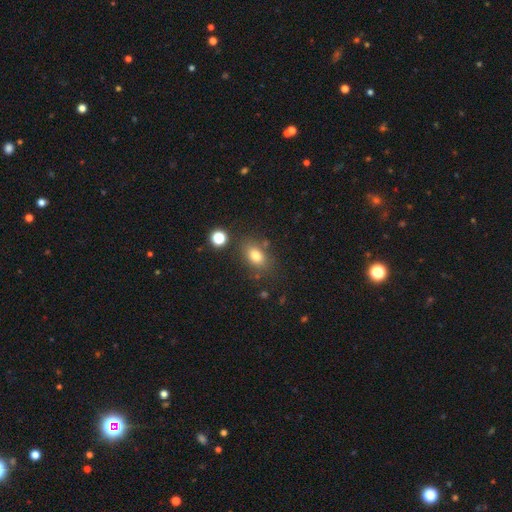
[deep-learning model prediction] Smooth or featured?
  - smooth: 79% *
  - star or artifact: 12%
  - featured or disk: 10%
How rounded?
  - in between: 78% *
  - round: 20%
  - cigar-shaped: 2%
Merging?
  - none: 76% *
  - minor disturbance: 13%
  - merger: 7%
  - major disturbance: 5%